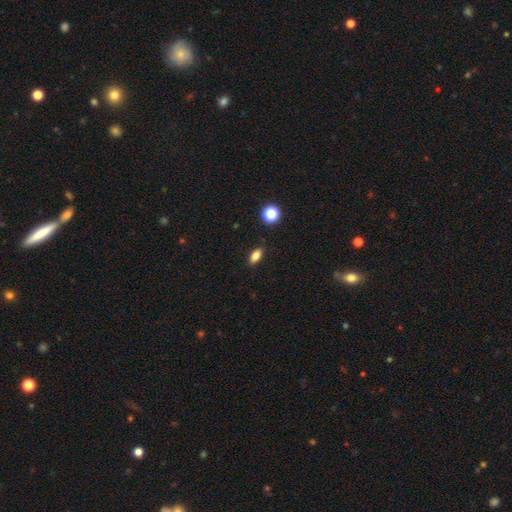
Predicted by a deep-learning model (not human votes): Smooth or featured: smooth — 81% (star or artifact — 11%)
How rounded: in between — 82% (cigar-shaped — 10%)
Merging: none — 88% (minor disturbance — 9%)